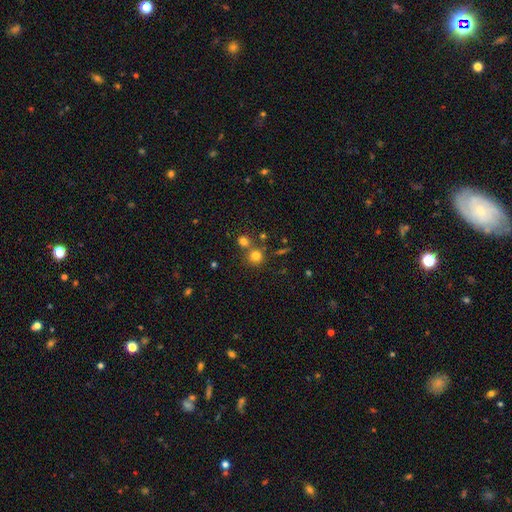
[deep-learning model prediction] smooth_or_featured: smooth (p=0.76) [alt: star or artifact p=0.16]
how_rounded: round (p=0.90) [alt: in between p=0.09]
merging: none (p=0.64) [alt: merger p=0.25]